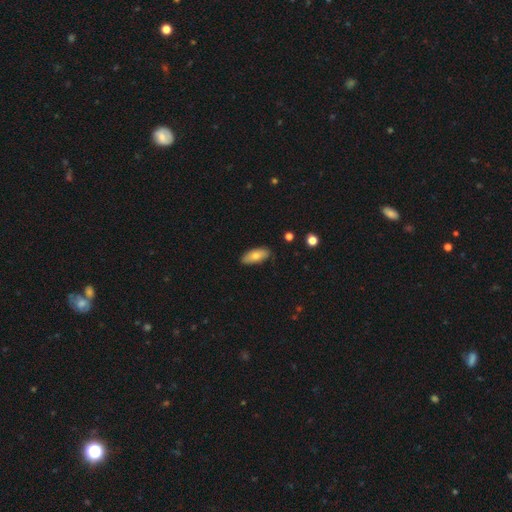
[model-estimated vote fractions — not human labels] Smooth or featured? smooth (76%)
How rounded? in between (84%)
Merging? none (83%)